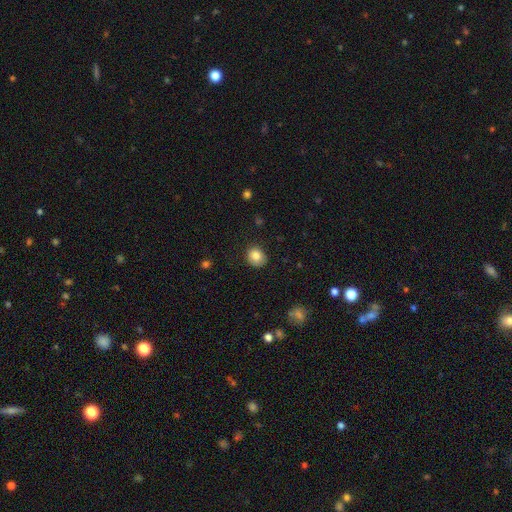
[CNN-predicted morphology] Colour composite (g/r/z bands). It shows a smooth galaxy with no disk features (84%) that is round (69%). Merging: none (77%).